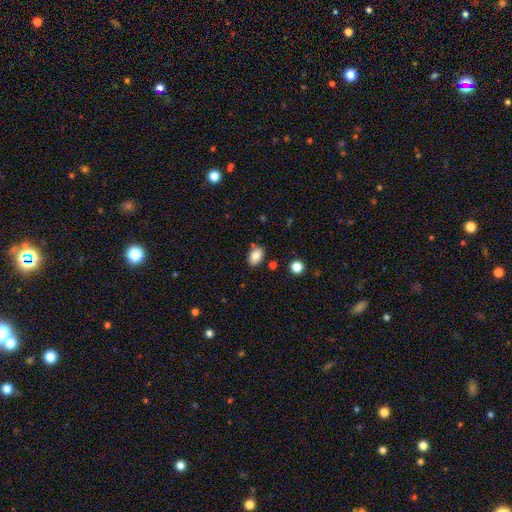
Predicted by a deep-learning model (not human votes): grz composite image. It shows a smooth galaxy with no disk features (84%) that is in between round and cigar-shaped (82%). Merging: none (78%).